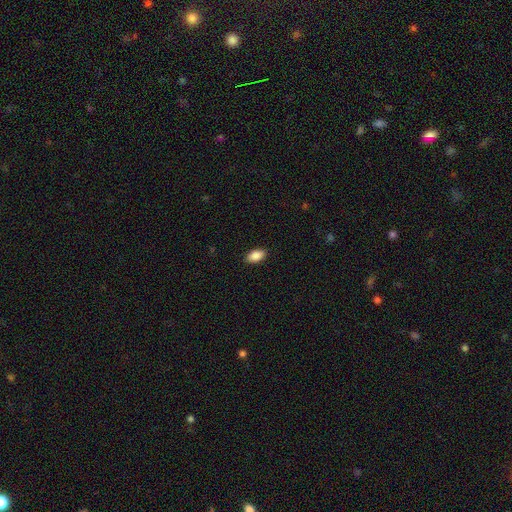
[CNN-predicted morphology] Overall: smooth (89%). How rounded: in between (93%). Merging: none (89%).